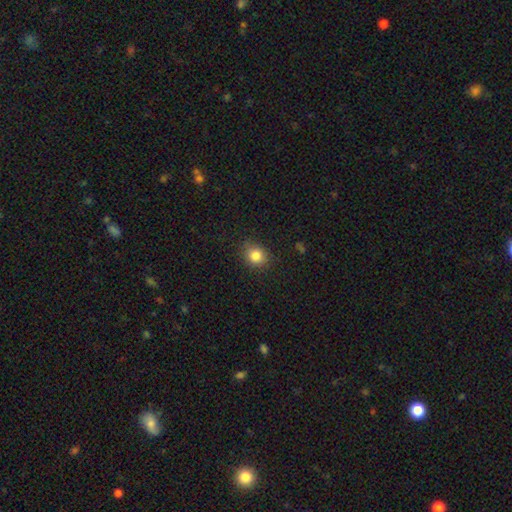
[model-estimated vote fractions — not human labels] This appears to be a smooth galaxy with no disk features (83%) that is round (74%). Merging: none (84%).